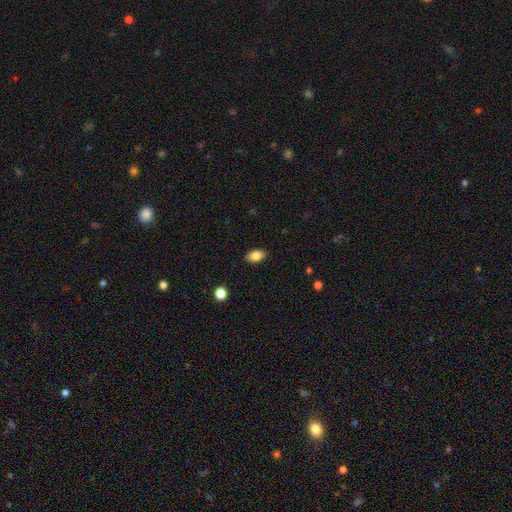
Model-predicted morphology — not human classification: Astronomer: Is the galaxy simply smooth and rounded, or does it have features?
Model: smooth — 84%.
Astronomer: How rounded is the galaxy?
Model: in between — 89%.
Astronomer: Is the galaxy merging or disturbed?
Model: none — 87%.